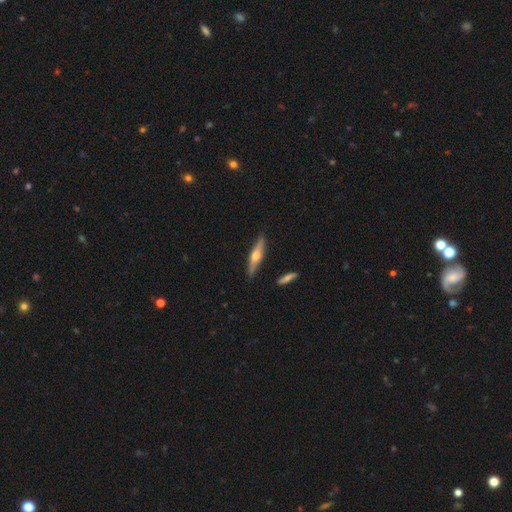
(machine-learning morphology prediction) Smooth or featured?
  - featured or disk: 59% *
  - smooth: 35%
  - star or artifact: 6%
Edge-on disk?
  - yes: 93% *
  - no: 7%
Edge-on bulge?
  - rounded: 92% *
  - boxy: 4%
  - none: 4%
Merging?
  - none: 86% *
  - minor disturbance: 10%
  - merger: 2%
  - major disturbance: 2%